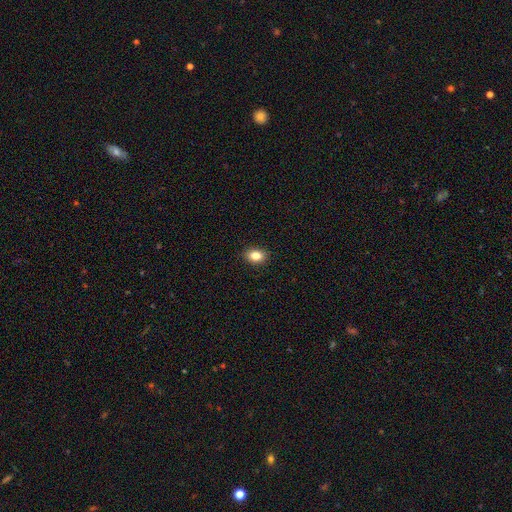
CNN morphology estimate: This is clearly a smooth galaxy (84%). How rounded: likely in between (72%). Merging: clearly none (90%).